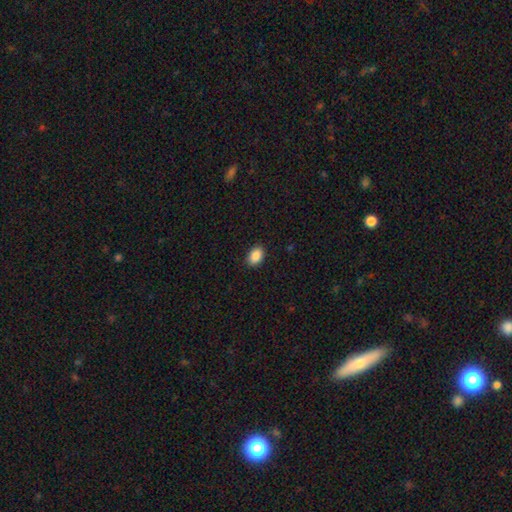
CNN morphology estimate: Smooth or featured: smooth — 89% (star or artifact — 8%)
How rounded: in between — 82% (round — 17%)
Merging: none — 90% (minor disturbance — 7%)